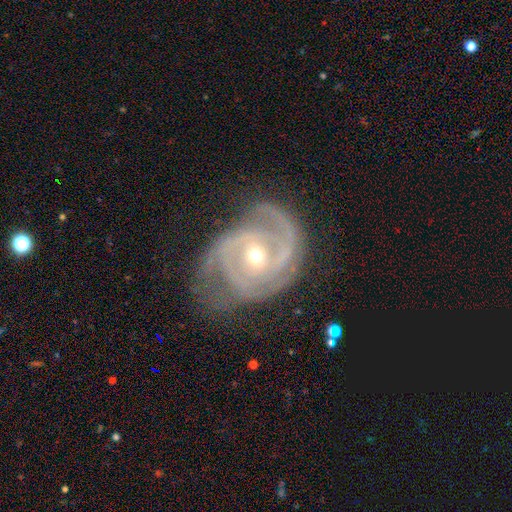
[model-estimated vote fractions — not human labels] Smooth or featured: featured or disk — 91% (star or artifact — 5%)
Edge-on disk: no — 97% (yes — 3%)
Bar: no — 58% (weak — 30%)
Spiral arms: yes — 98% (no — 2%)
Spiral winding: tight — 59% (medium — 35%)
Spiral arm count: 2 — 39% (3 — 34%)
Bulge size: small — 54% (moderate — 44%)
Merging: none — 61% (minor disturbance — 24%)